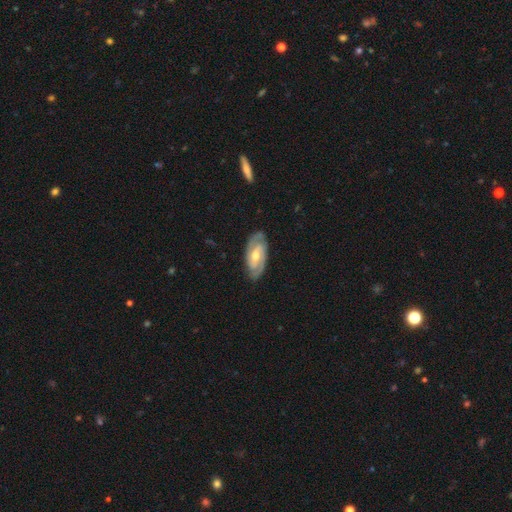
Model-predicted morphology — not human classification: A featured or disk galaxy (82%) with a weak bar (45%), 2 (84%) tight (56%) spiral arms (92%) and a moderate central bulge (68%). Merging: none (85%).